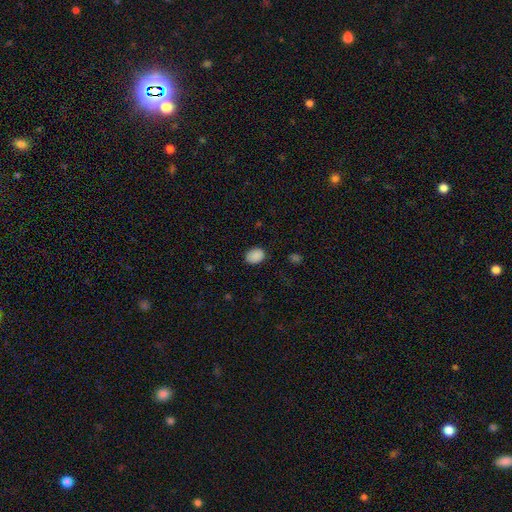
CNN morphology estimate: The model was most divided on "how rounded": in between: 65%, round: 34%, cigar-shaped: 1%. More confident: smooth or featured — smooth (88%); merging — none (83%).